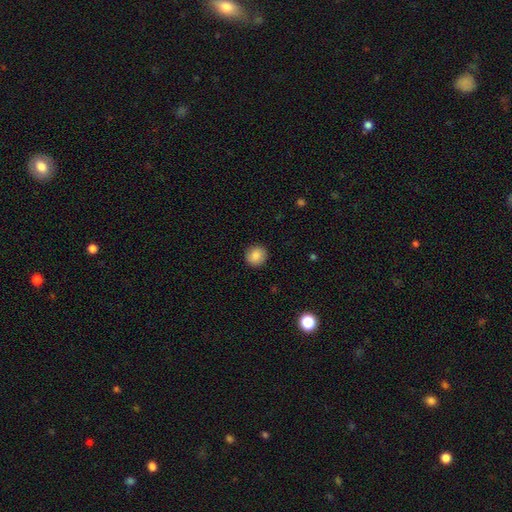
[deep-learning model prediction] Smooth or featured? smooth (85%)
How rounded? round (91%)
Merging? none (91%)